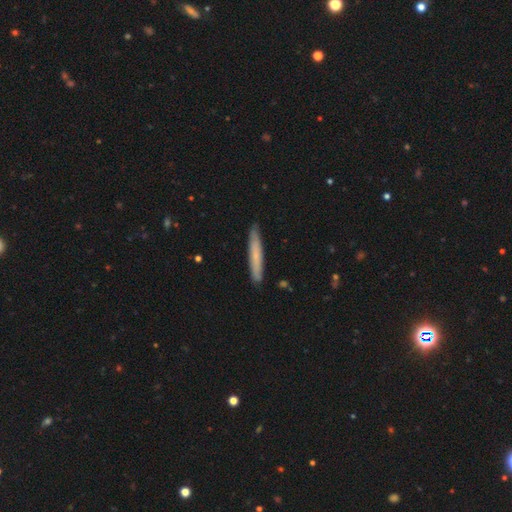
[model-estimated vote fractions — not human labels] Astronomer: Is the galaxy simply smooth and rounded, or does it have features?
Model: smooth — 66%.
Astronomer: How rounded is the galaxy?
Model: cigar-shaped — 95%.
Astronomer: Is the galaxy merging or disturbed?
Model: none — 89%.